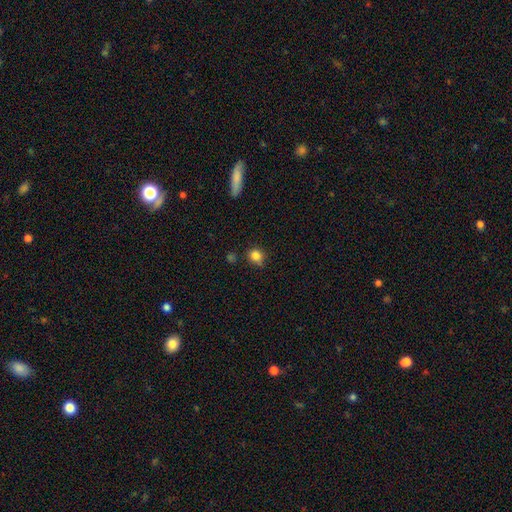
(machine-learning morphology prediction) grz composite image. It shows a smooth galaxy with no disk features (83%) that is round (80%). Merging: none (74%).